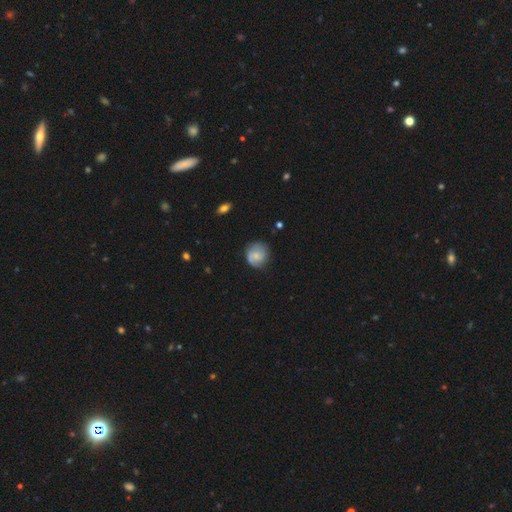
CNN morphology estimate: Smooth or featured: smooth — 48% (featured or disk — 45%)
Merging: none — 73% (minor disturbance — 20%)